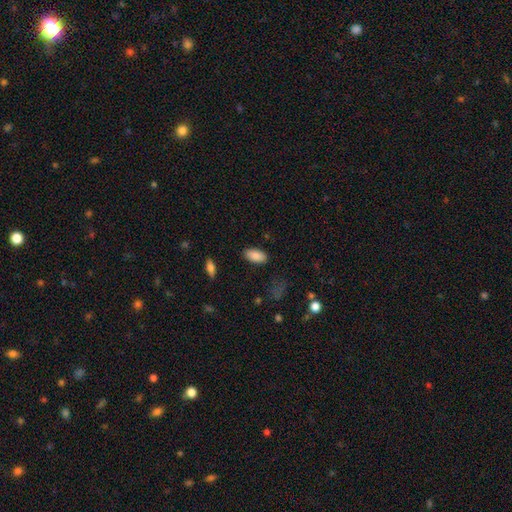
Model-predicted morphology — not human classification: smooth-or-featured: smooth: 88% | star or artifact: 7% | featured or disk: 5%
  how-rounded: in between: 92% | cigar-shaped: 5% | round: 2%
  merging: none: 86% | minor disturbance: 10% | major disturbance: 3% | merger: 1%